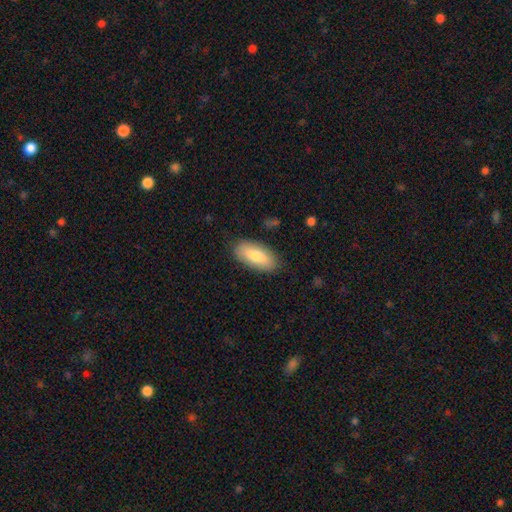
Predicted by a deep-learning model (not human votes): Q: Smooth or featured?
A: smooth (78%); runner-up: featured or disk (16%)
Q: How rounded?
A: in between (87%); runner-up: cigar-shaped (11%)
Q: Merging?
A: none (85%); runner-up: minor disturbance (11%)